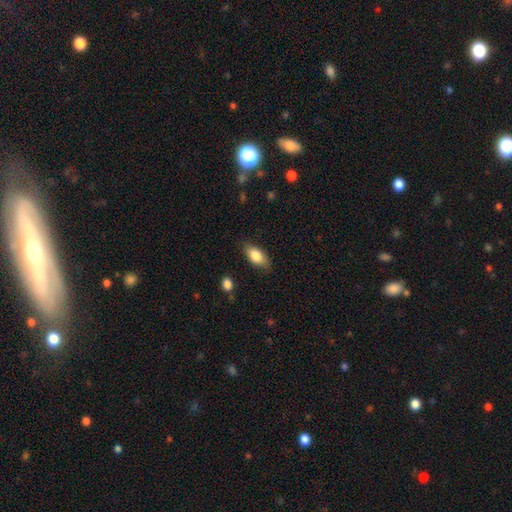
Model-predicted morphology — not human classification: This is clearly a smooth galaxy (82%). How rounded: clearly in between (89%). Merging: likely none (80%).